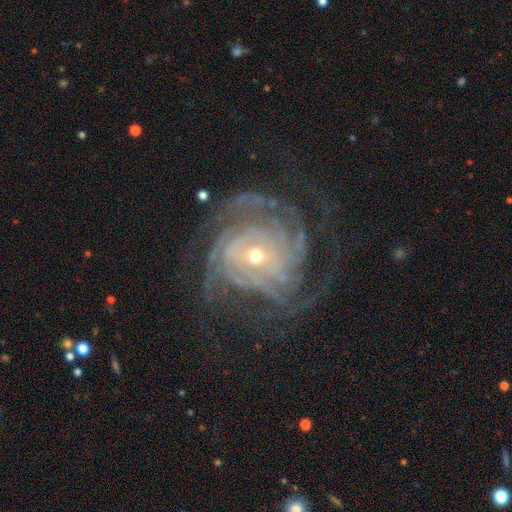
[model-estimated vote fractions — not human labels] Q: Smooth or featured?
A: featured or disk (89%); runner-up: star or artifact (7%)
Q: Edge-on disk?
A: no (97%); runner-up: yes (3%)
Q: Bar?
A: no (65%); runner-up: weak (24%)
Q: Spiral arms?
A: yes (96%); runner-up: no (4%)
Q: Spiral winding?
A: tight (70%); runner-up: medium (24%)
Q: Spiral arm count?
A: can't tell (27%); runner-up: 4 (20%)
Q: Bulge size?
A: small (55%); runner-up: moderate (41%)
Q: Merging?
A: none (66%); runner-up: minor disturbance (16%)